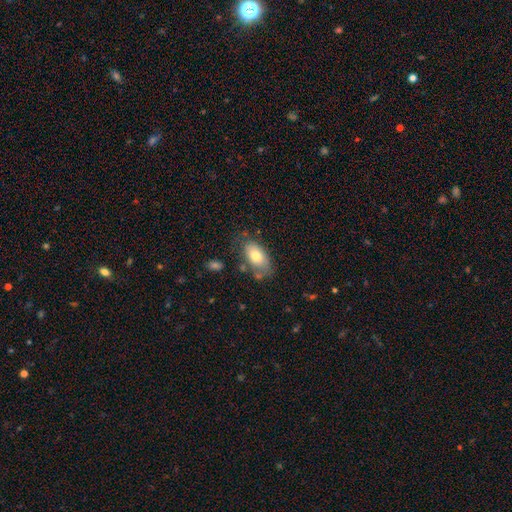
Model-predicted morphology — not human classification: A smooth galaxy with no disk features (74%) that is in between round and cigar-shaped (93%).

Vote fractions:
- Smooth or featured? smooth: 74% / featured or disk: 19% / star or artifact: 7%
- How rounded? in between: 93% / round: 5% / cigar-shaped: 3%
- Merging? none: 64% / minor disturbance: 22% / major disturbance: 7% / merger: 7%